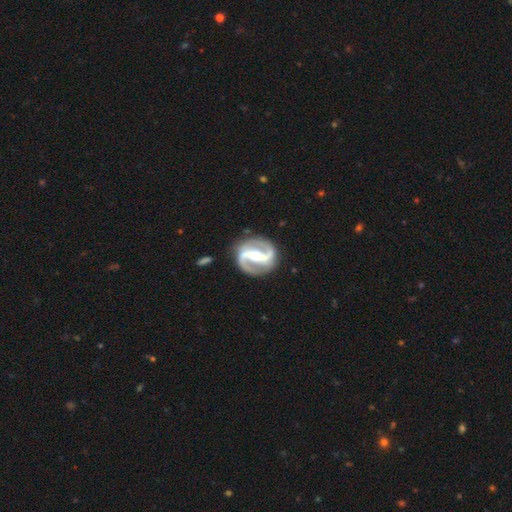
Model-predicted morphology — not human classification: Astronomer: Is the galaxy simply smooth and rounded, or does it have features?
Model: featured or disk — 93%.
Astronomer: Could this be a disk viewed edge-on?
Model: no — 97%.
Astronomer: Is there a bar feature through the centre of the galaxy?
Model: strong — 70%.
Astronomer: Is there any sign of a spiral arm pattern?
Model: yes — 97%.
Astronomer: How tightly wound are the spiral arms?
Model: medium — 54%.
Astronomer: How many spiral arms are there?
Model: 2 — 94%.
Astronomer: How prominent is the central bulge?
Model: moderate — 54% (runner-up: small, 42%).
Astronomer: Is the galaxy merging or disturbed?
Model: none — 86%.